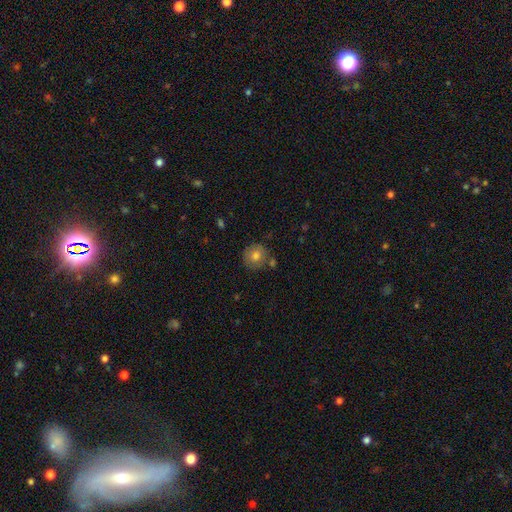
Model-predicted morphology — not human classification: Q: Smooth or featured?
A: smooth (77%); runner-up: featured or disk (13%)
Q: How rounded?
A: round (91%); runner-up: in between (8%)
Q: Merging?
A: none (77%); runner-up: minor disturbance (13%)